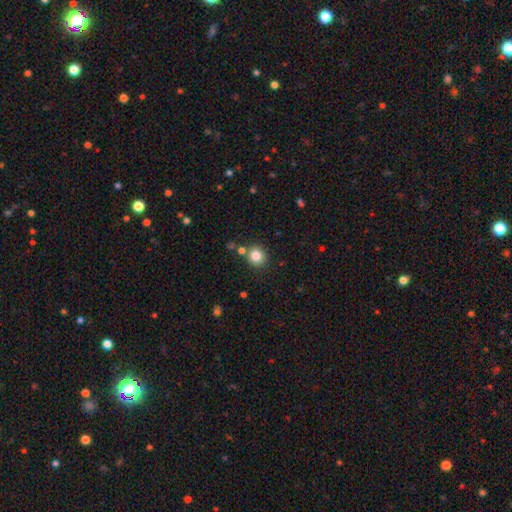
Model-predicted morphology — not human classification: This appears to be a smooth galaxy with no disk features (83%) that is round (88%). Merging: none (81%).